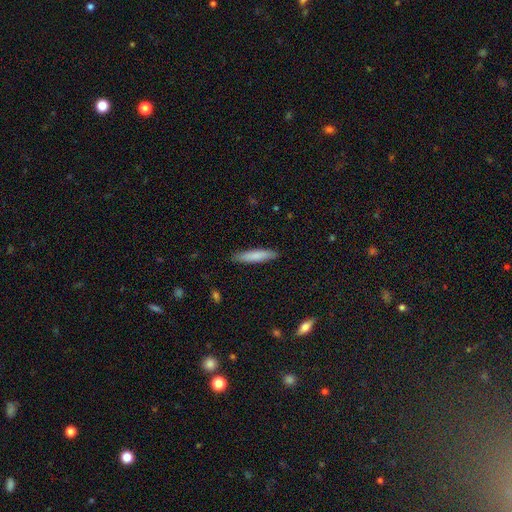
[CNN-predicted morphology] smooth 80%, featured or disk 15%, star or artifact 6%. Down the decision tree: how rounded — cigar-shaped (88%); merging — none (90%).